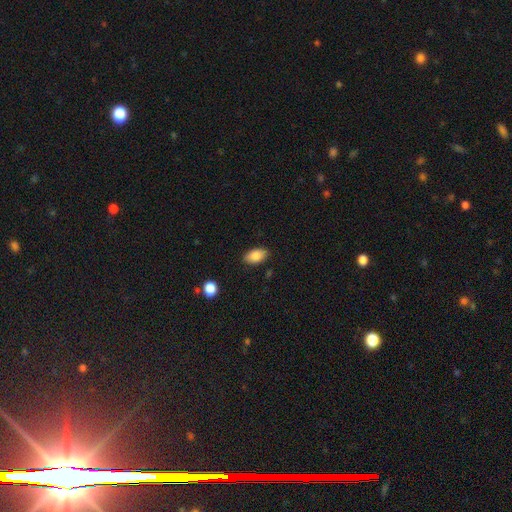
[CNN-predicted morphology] This is clearly a smooth galaxy (86%). How rounded: clearly in between (92%). Merging: clearly none (86%).